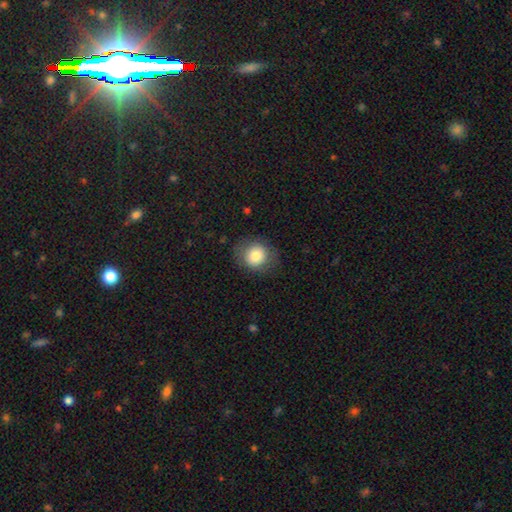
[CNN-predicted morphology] Smooth or featured? Predicted: smooth (p=0.79). How rounded? Predicted: round (p=0.82). Merging? Predicted: none (p=0.80).